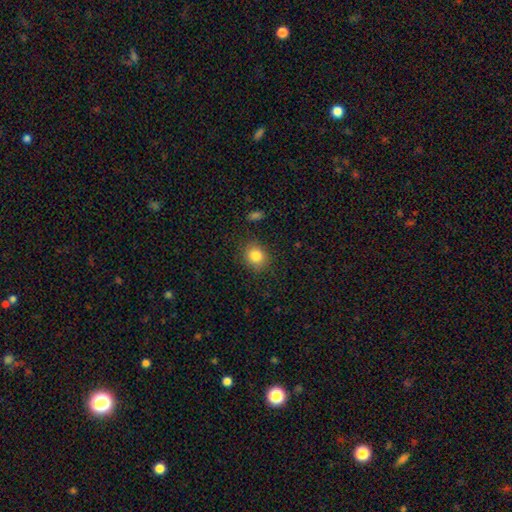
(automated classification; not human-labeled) smooth_or_featured: smooth (p=0.84) [alt: star or artifact p=0.10]
how_rounded: round (p=0.72) [alt: in between p=0.27]
merging: none (p=0.85) [alt: minor disturbance p=0.10]